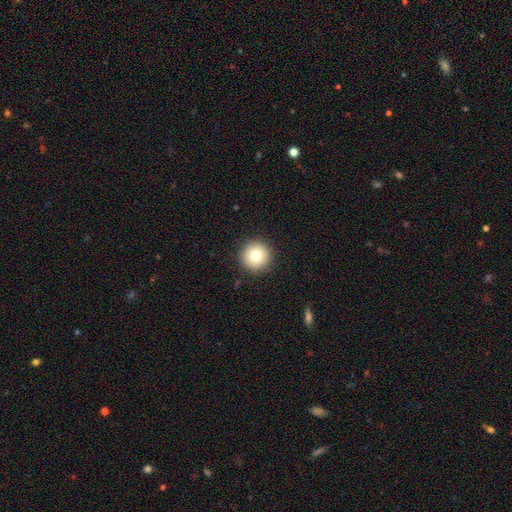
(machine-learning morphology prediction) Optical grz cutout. It shows a smooth galaxy with no disk features (77%) that is round (96%). Merging: none (92%).